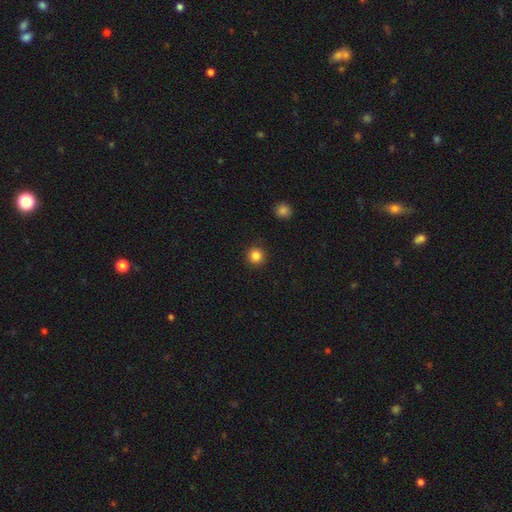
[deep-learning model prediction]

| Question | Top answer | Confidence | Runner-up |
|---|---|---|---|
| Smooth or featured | smooth | 84% | star or artifact (12%) |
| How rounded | round | 95% | in between (4%) |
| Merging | none | 92% | minor disturbance (5%) |